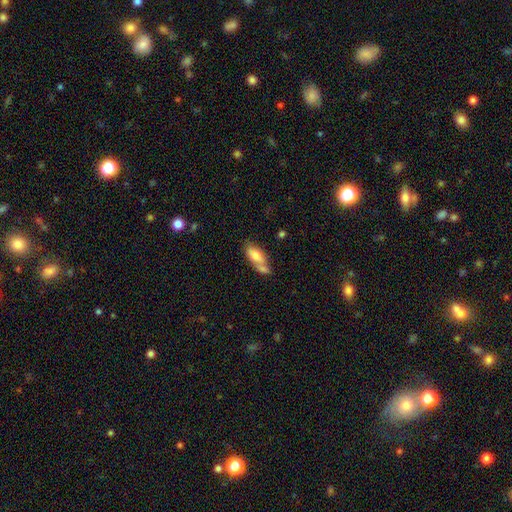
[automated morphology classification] Smooth or featured? Predicted: smooth (p=0.75). How rounded? Predicted: in between (p=0.83). Merging? Predicted: merger (p=0.39).